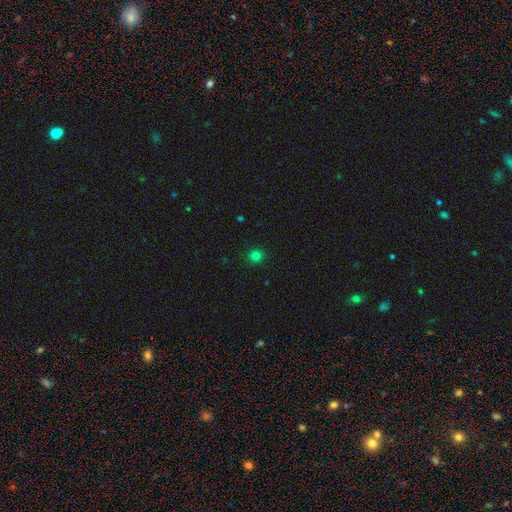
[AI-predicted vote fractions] This is likely a smooth galaxy (79%). How rounded: clearly round (89%). Merging: clearly none (91%).